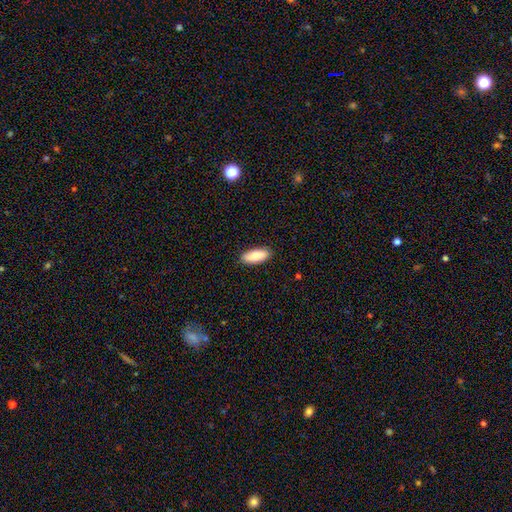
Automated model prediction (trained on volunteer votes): smooth-or-featured: smooth: 86% | featured or disk: 9% | star or artifact: 6%
  how-rounded: in between: 78% | cigar-shaped: 20% | round: 2%
  merging: none: 89% | minor disturbance: 8% | major disturbance: 2% | merger: 1%